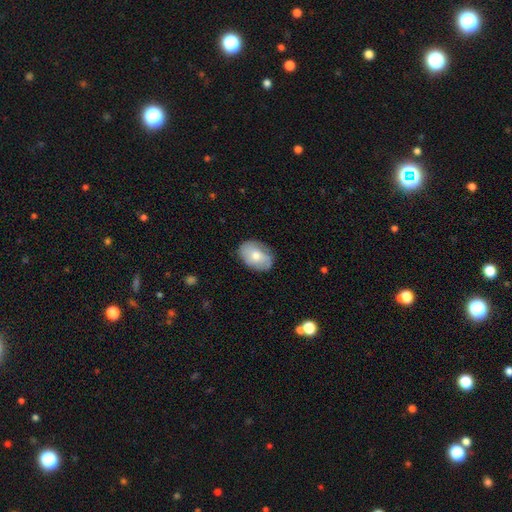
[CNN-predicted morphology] smooth 65%, featured or disk 29%, star or artifact 7%. Down the decision tree: how rounded — in between (83%); merging — none (78%).